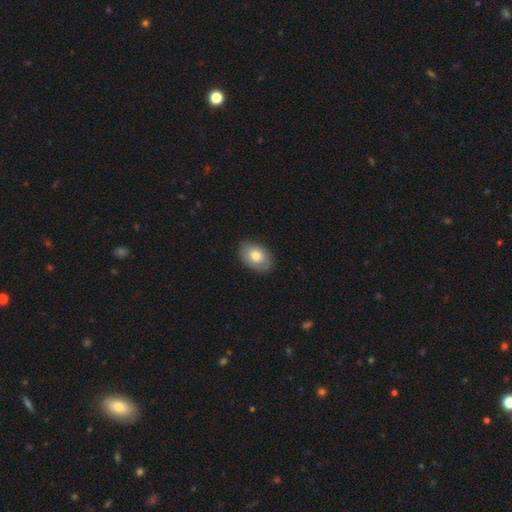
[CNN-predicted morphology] type=smooth (75%); roundness=in between (83%); merging=none (82%).